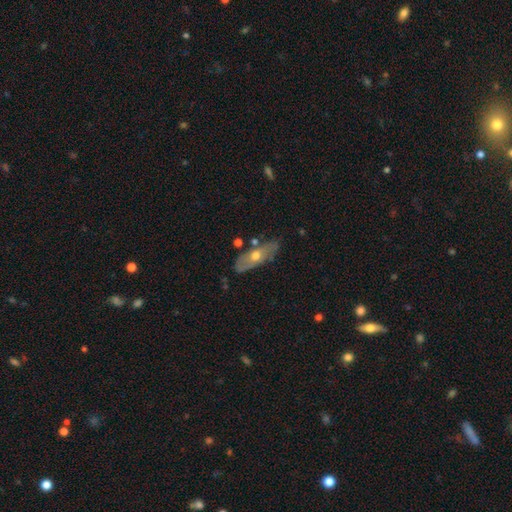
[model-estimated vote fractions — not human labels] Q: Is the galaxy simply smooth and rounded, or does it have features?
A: featured or disk — 56%.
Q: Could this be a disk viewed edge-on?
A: no — 62%.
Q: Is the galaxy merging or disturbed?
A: none — 78%.